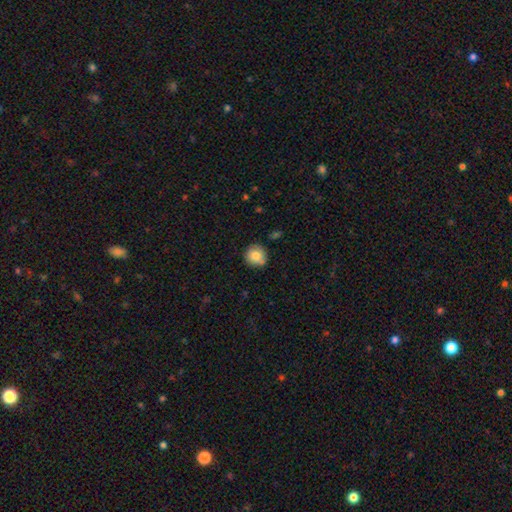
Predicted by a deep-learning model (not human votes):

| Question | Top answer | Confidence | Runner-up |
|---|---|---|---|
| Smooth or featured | smooth | 82% | featured or disk (10%) |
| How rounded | round | 92% | in between (7%) |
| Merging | none | 78% | minor disturbance (15%) |